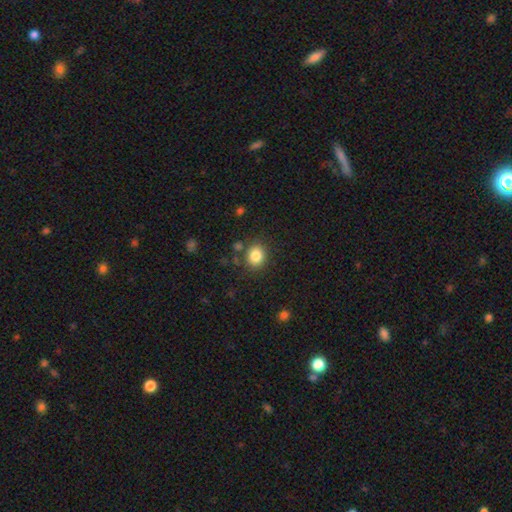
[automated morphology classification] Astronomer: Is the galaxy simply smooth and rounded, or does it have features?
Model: smooth — 84%.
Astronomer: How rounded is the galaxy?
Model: round — 69%.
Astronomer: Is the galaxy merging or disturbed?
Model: none — 82%.